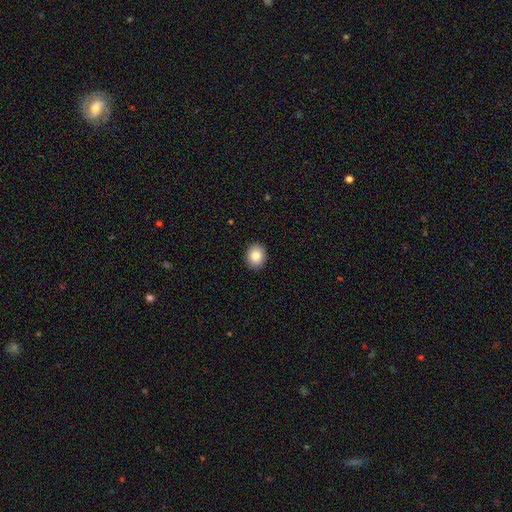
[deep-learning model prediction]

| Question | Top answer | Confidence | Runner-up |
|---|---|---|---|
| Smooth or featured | smooth | 85% | star or artifact (8%) |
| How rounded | round | 63% | in between (36%) |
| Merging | none | 91% | minor disturbance (6%) |